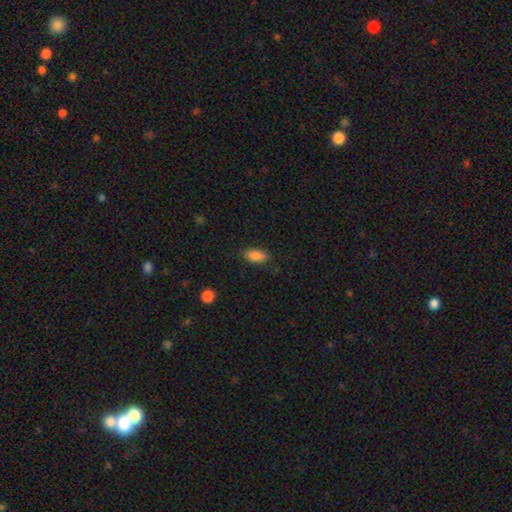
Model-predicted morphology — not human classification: The model was most divided on "merging": none: 85%, minor disturbance: 11%, major disturbance: 3%, merger: 1%. More confident: how rounded — in between (89%); smooth or featured — smooth (88%).